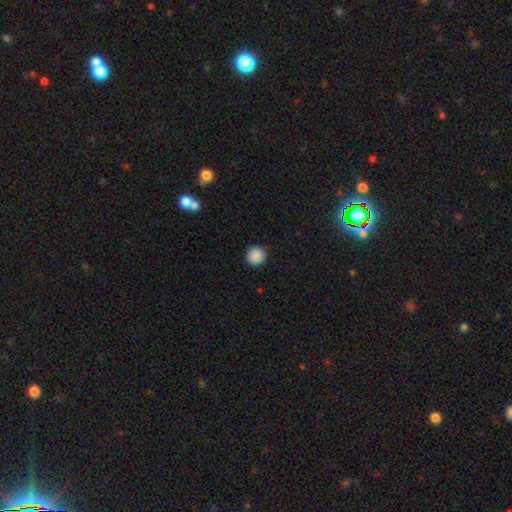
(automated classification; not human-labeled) Smooth or featured?
  - smooth: 89% *
  - star or artifact: 9%
  - featured or disk: 2%
How rounded?
  - round: 95% *
  - in between: 4%
  - cigar-shaped: 1%
Merging?
  - none: 89% *
  - minor disturbance: 8%
  - major disturbance: 2%
  - merger: 1%